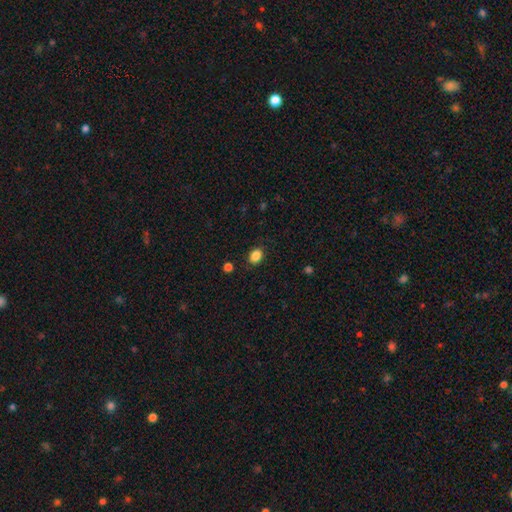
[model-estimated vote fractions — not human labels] smooth-or-featured: smooth: 86% | star or artifact: 10% | featured or disk: 4%
  how-rounded: in between: 66% | round: 33% | cigar-shaped: 1%
  merging: none: 86% | minor disturbance: 10% | major disturbance: 3% | merger: 1%